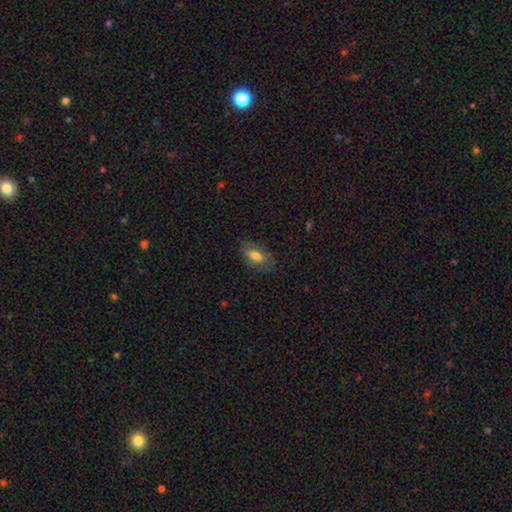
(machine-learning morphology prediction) This is likely a smooth galaxy (70%). How rounded: clearly in between (88%). Merging: likely none (74%).